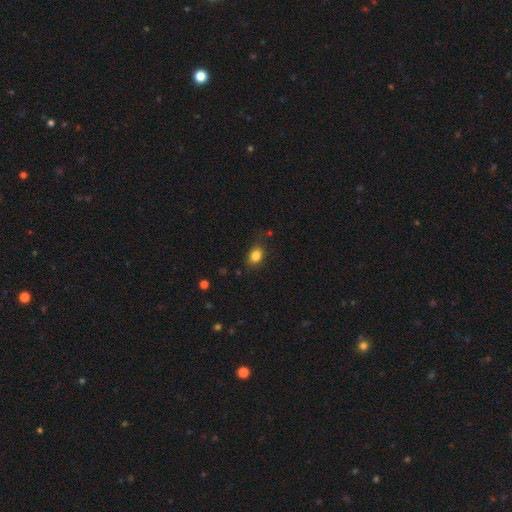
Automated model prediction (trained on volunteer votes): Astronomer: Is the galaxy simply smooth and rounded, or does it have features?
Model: smooth — 84%.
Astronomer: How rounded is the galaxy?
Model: in between — 64%.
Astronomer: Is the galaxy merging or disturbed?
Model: none — 78%.